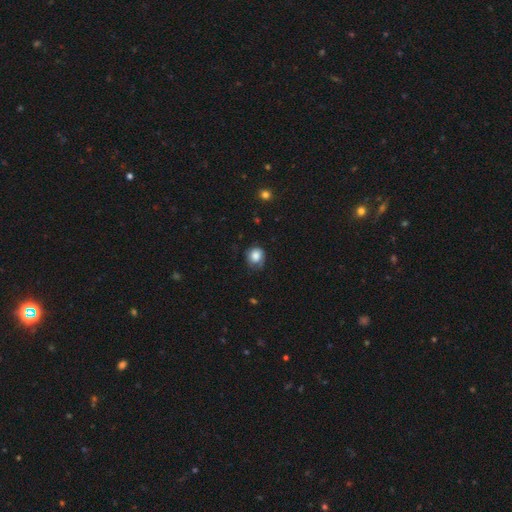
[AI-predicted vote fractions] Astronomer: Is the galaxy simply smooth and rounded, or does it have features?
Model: smooth — 79%.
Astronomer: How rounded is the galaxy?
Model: round — 71%.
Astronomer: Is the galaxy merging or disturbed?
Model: none — 62%.